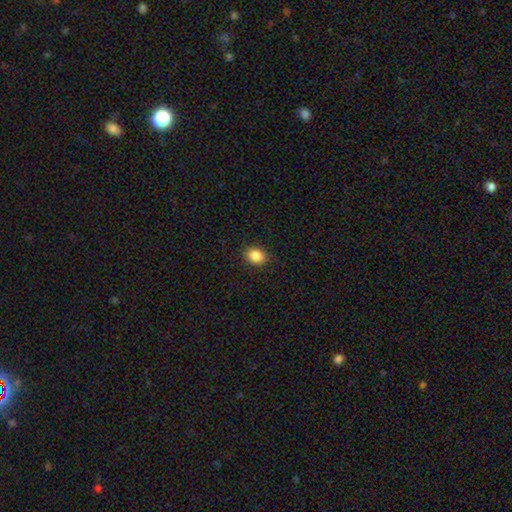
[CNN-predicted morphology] Smooth or featured? smooth (87%)
How rounded? in between (55%)
Merging? none (88%)